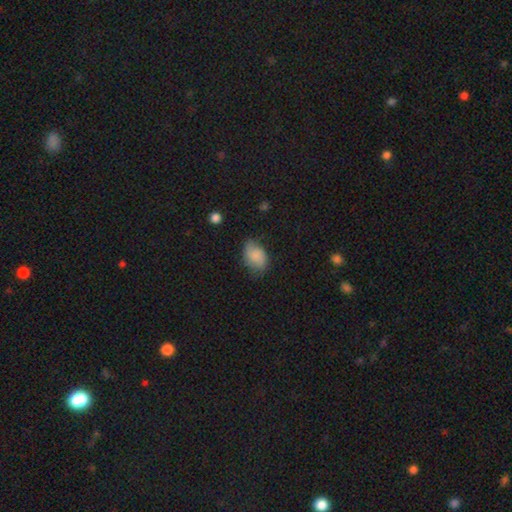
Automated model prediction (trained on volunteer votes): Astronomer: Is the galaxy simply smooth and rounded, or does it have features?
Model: smooth — 73%.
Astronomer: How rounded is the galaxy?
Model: in between — 82%.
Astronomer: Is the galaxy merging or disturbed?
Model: none — 59%.